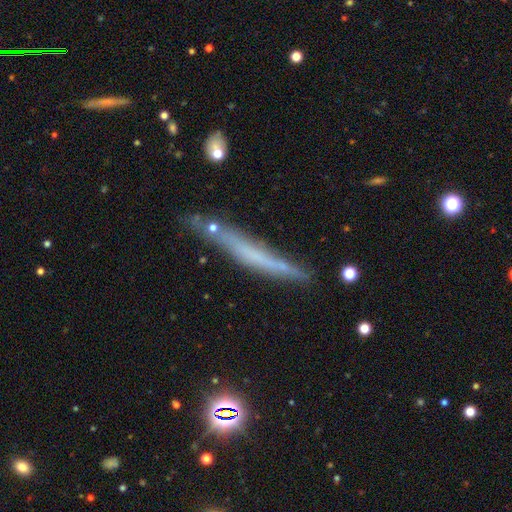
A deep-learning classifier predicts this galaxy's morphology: Smooth or featured? featured or disk (48%)
Merging? none (71%)